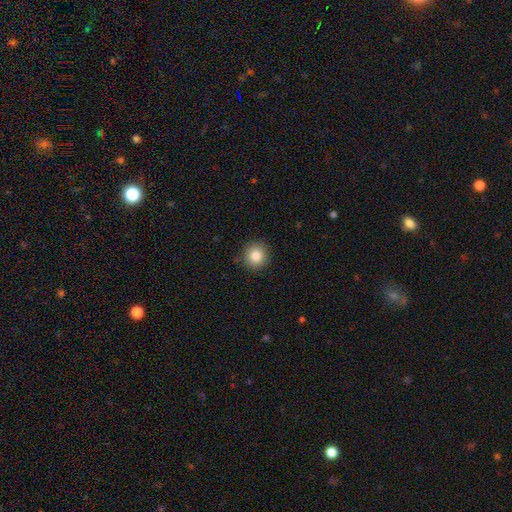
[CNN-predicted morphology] The model was most divided on "smooth or featured": smooth: 84%, star or artifact: 10%, featured or disk: 6%. More confident: how rounded — round (94%); merging — none (91%).